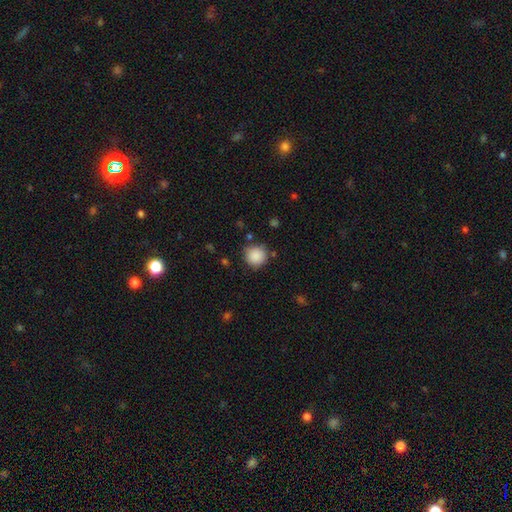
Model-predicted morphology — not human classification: Overall: smooth (88%). How rounded: round (93%). Merging: none (82%).